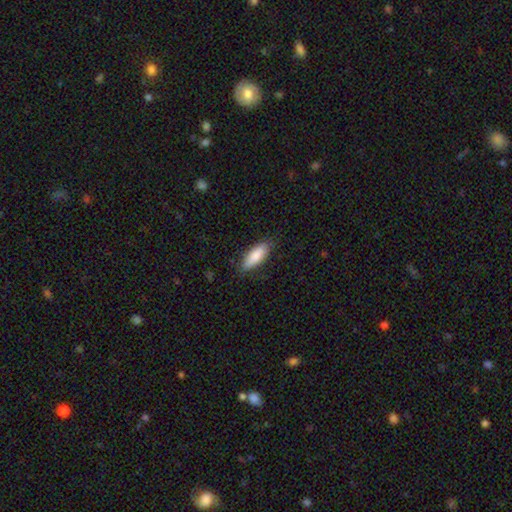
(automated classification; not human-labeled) smooth-or-featured: smooth: 86% | featured or disk: 9% | star or artifact: 6%
  how-rounded: in between: 66% | cigar-shaped: 32% | round: 2%
  merging: none: 82% | minor disturbance: 15% | major disturbance: 3% | merger: 1%